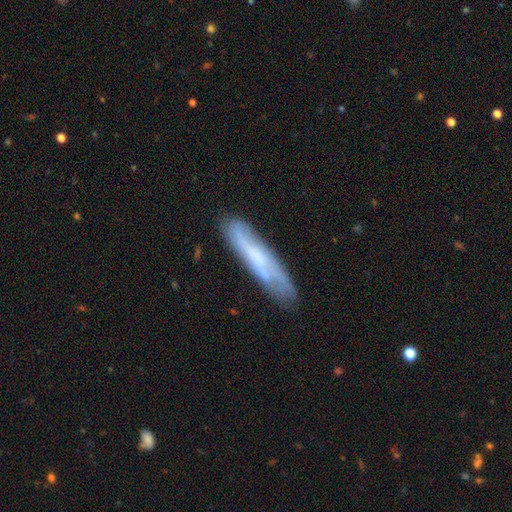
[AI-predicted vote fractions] smooth_or_featured: featured or disk (p=0.51) [alt: smooth p=0.42]
disk_edge_on: yes (p=0.51) [alt: no p=0.49]
merging: none (p=0.75) [alt: minor disturbance p=0.18]